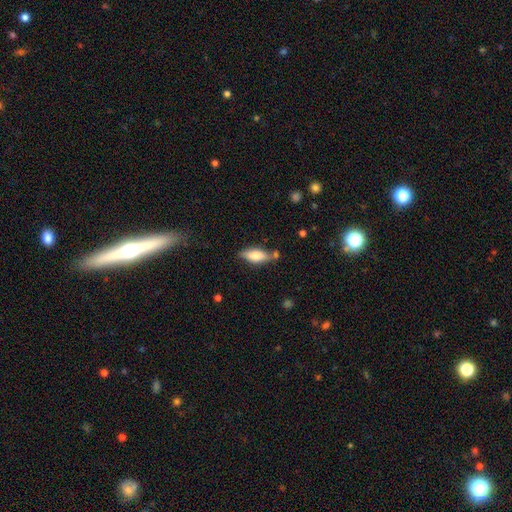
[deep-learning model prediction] Morphology: type=smooth (68%); roundness=in between (67%); merging=none (71%).